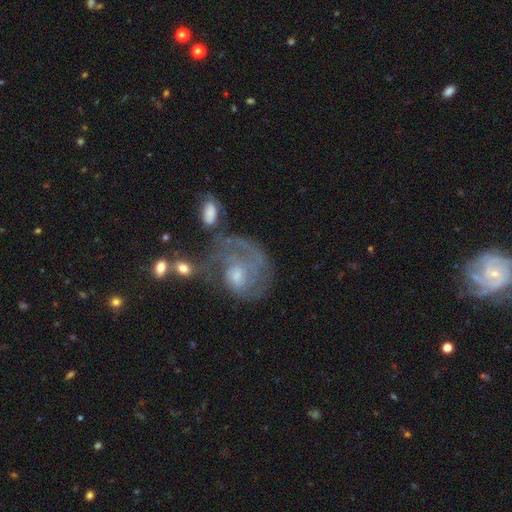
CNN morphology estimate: This appears to be a featured or disk galaxy (72%) with no bar (63%), 2 (33%) tight (46%) spiral arms (83%) and a moderate central bulge (50%). Merging: none (40%).